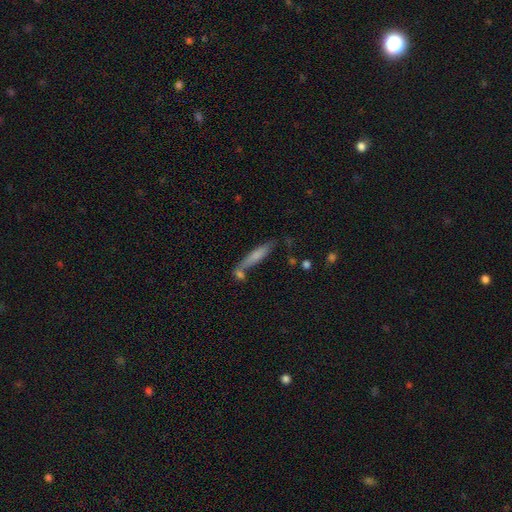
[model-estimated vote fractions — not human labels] Smooth or featured? smooth (66%)
How rounded? cigar-shaped (86%)
Merging? none (60%)